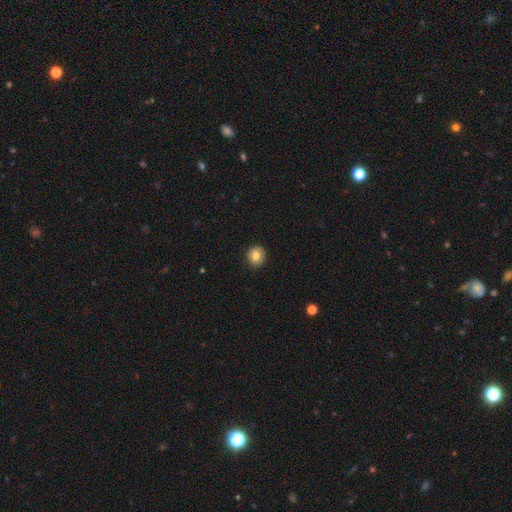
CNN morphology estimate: This appears to be a smooth galaxy with no disk features (82%) that is round (89%). Merging: none (91%).